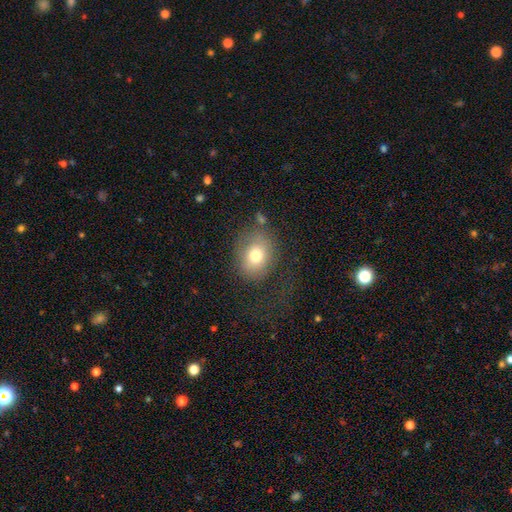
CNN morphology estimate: Smooth or featured? smooth (75%)
How rounded? round (53%)
Merging? none (64%)